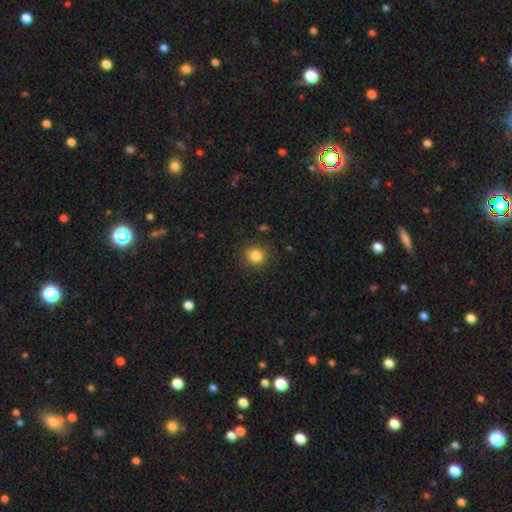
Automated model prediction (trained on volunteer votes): Morphology: type=smooth (84%); roundness=round (91%); merging=none (88%).